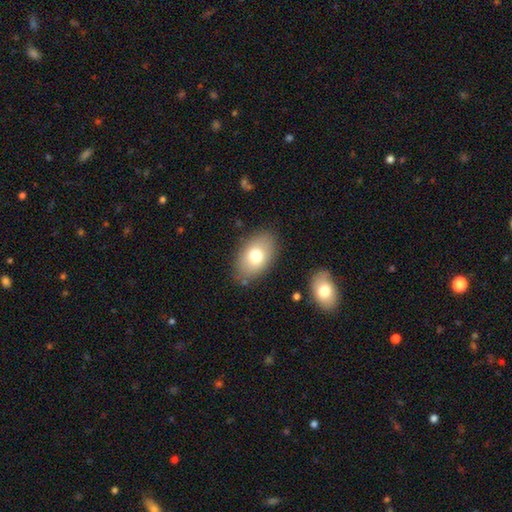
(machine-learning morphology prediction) Smooth or featured: smooth — 75% (featured or disk — 17%)
How rounded: in between — 89% (round — 10%)
Merging: none — 82% (minor disturbance — 13%)